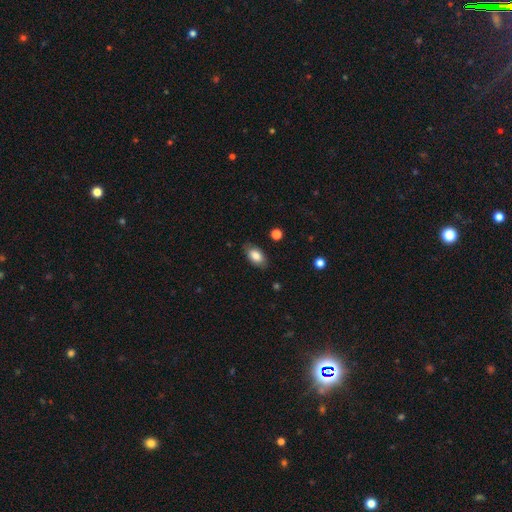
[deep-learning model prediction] Q: Smooth or featured?
A: smooth (83%); runner-up: featured or disk (10%)
Q: How rounded?
A: in between (92%); runner-up: round (6%)
Q: Merging?
A: none (82%); runner-up: minor disturbance (14%)